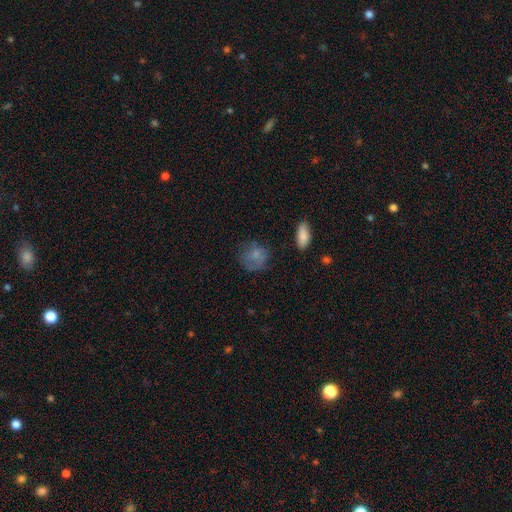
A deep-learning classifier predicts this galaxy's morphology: smooth 72%, featured or disk 18%, star or artifact 10%. Down the decision tree: how rounded — round (71%); merging — none (54%).